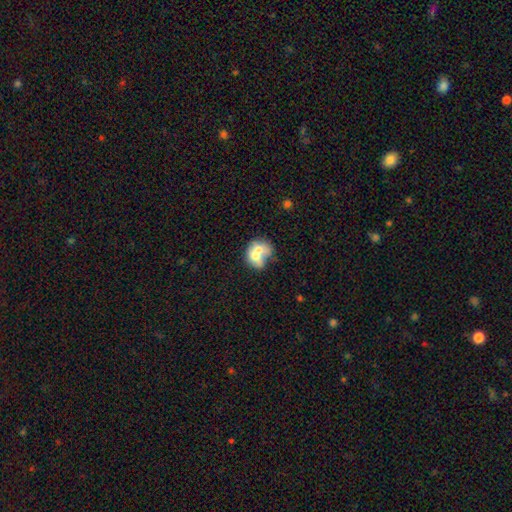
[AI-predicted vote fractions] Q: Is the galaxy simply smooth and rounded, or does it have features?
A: smooth — 63%.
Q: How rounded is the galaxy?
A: round — 51%.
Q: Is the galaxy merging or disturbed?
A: merger — 63%.